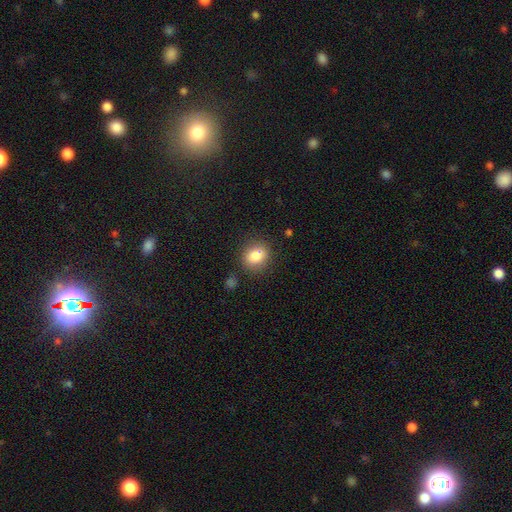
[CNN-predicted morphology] type=smooth (81%); roundness=round (69%); merging=none (78%).